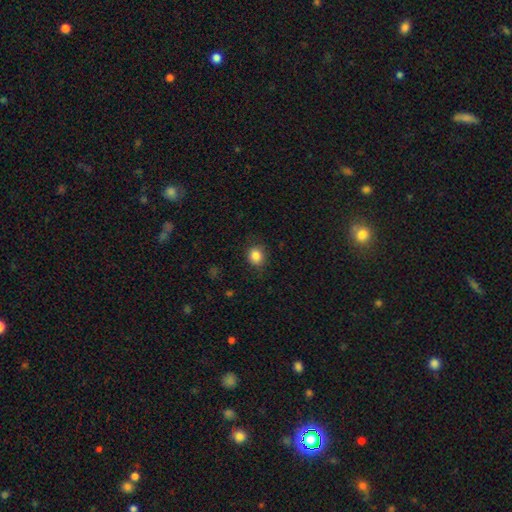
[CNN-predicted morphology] Smooth or featured?
  - smooth: 85% *
  - star or artifact: 10%
  - featured or disk: 4%
How rounded?
  - round: 78% *
  - in between: 21%
  - cigar-shaped: 1%
Merging?
  - none: 82% *
  - minor disturbance: 13%
  - major disturbance: 4%
  - merger: 1%